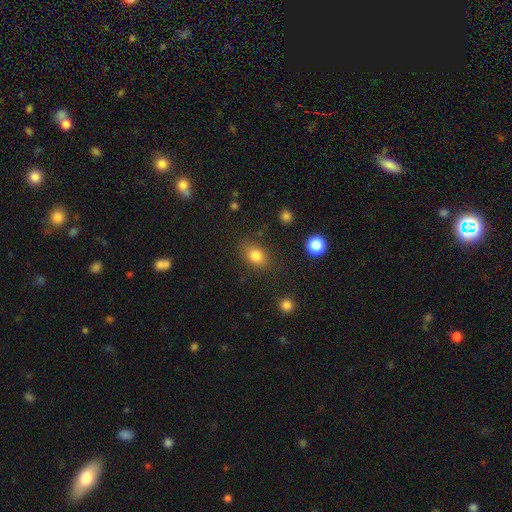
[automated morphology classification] Smooth or featured? Predicted: smooth (p=0.81). How rounded? Predicted: in between (p=0.69). Merging? Predicted: none (p=0.78).